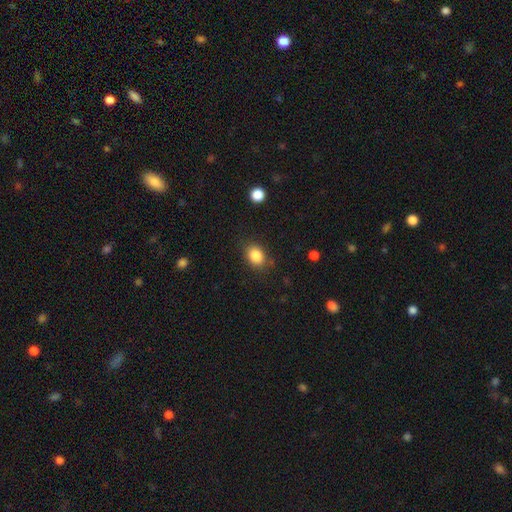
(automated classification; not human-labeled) Q: Smooth or featured?
A: smooth (86%); runner-up: star or artifact (9%)
Q: How rounded?
A: in between (57%); runner-up: round (42%)
Q: Merging?
A: none (81%); runner-up: minor disturbance (14%)